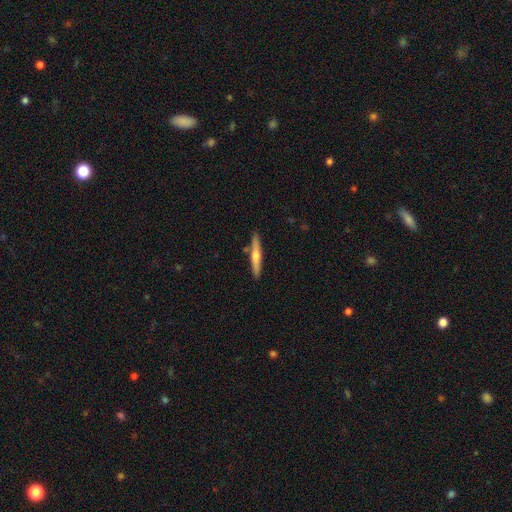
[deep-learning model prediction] smooth-or-featured: featured or disk: 51% | smooth: 44% | star or artifact: 5%
  disk-edge-on: yes: 96% | no: 4%
  merging: none: 87% | minor disturbance: 8% | merger: 3% | major disturbance: 2%